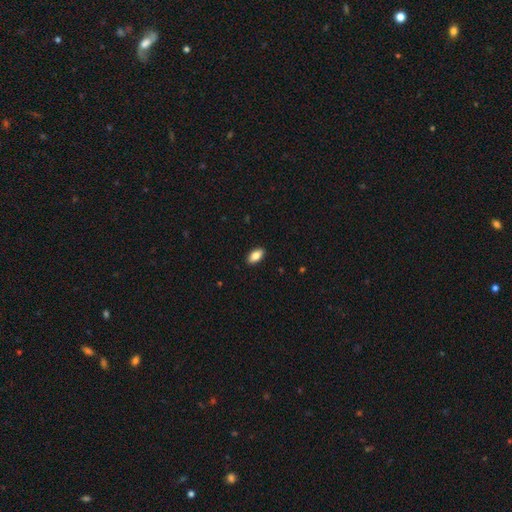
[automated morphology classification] type=smooth (84%); roundness=in between (92%); merging=none (90%).